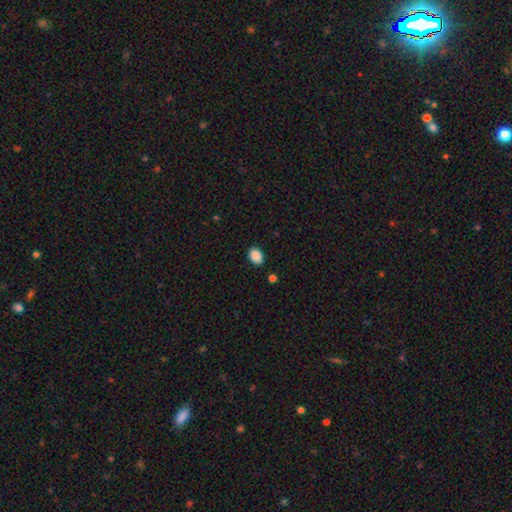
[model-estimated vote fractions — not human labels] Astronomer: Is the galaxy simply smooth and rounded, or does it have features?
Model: smooth — 88%.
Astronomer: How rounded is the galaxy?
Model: in between — 72%.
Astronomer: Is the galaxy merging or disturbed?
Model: none — 85%.